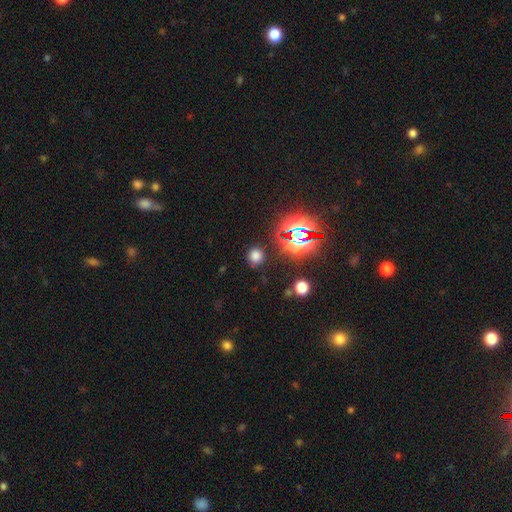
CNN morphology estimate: Smooth or featured: smooth — 67% (star or artifact — 27%)
How rounded: round — 86% (in between — 13%)
Merging: none — 85% (minor disturbance — 9%)